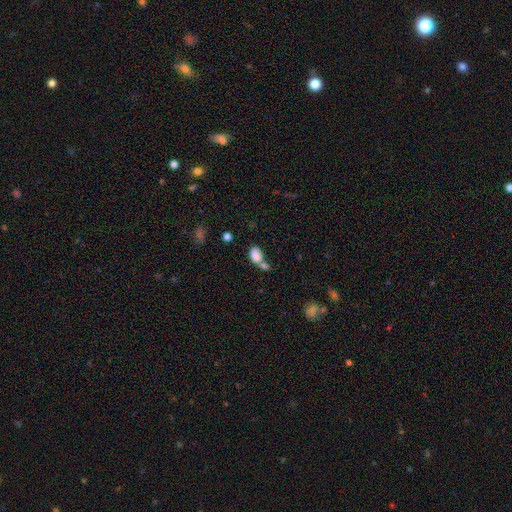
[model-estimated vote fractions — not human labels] This appears to be a smooth galaxy with no disk features (84%) that is in between round and cigar-shaped (87%). Merging: merger (46%).